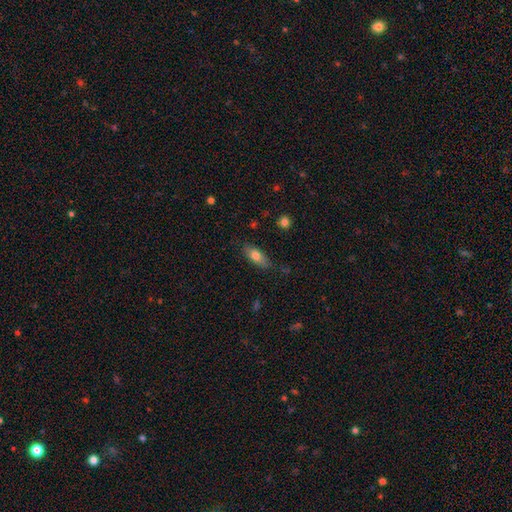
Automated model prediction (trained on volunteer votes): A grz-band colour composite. It shows a smooth galaxy with no disk features (74%) that is in between round and cigar-shaped (76%). Merging: none (76%).